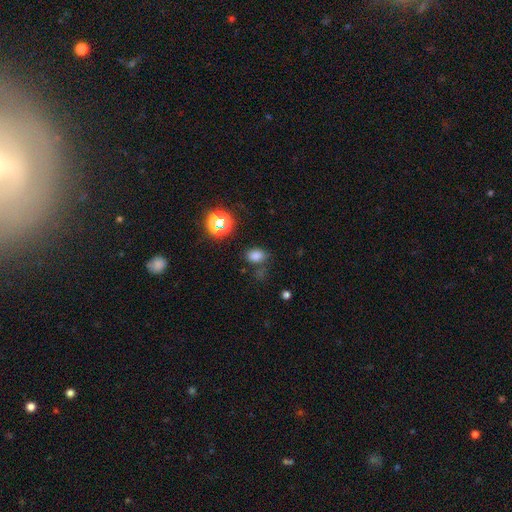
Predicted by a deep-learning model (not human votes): smooth_or_featured: smooth (p=0.77) [alt: star or artifact p=0.17]
how_rounded: in between (p=0.70) [alt: round p=0.29]
merging: none (p=0.68) [alt: minor disturbance p=0.19]